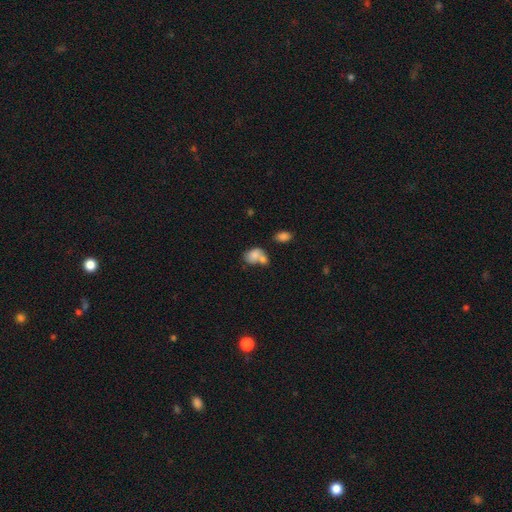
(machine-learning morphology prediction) Smooth or featured: smooth — 78% (featured or disk — 13%)
How rounded: in between — 71% (round — 28%)
Merging: merger — 53% (none — 28%)